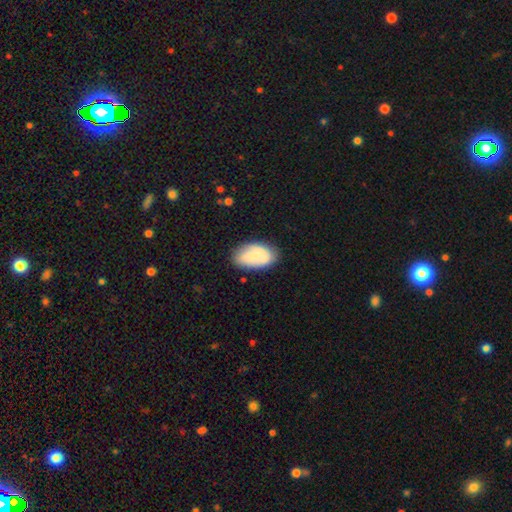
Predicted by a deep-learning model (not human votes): Morphology: type=smooth (66%); roundness=in between (94%); merging=none (78%).